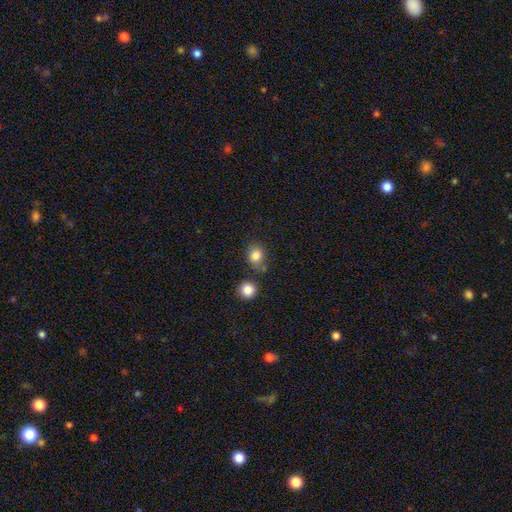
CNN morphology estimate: smooth_or_featured: smooth (p=0.82) [alt: star or artifact p=0.11]
how_rounded: round (p=0.66) [alt: in between p=0.33]
merging: none (p=0.63) [alt: minor disturbance p=0.19]